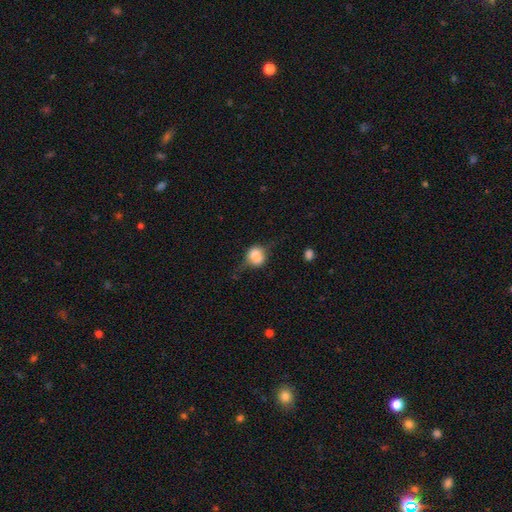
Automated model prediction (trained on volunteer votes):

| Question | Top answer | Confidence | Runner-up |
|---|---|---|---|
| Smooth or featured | smooth | 71% | featured or disk (19%) |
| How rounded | round | 68% | in between (31%) |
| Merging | none | 50% | minor disturbance (31%) |